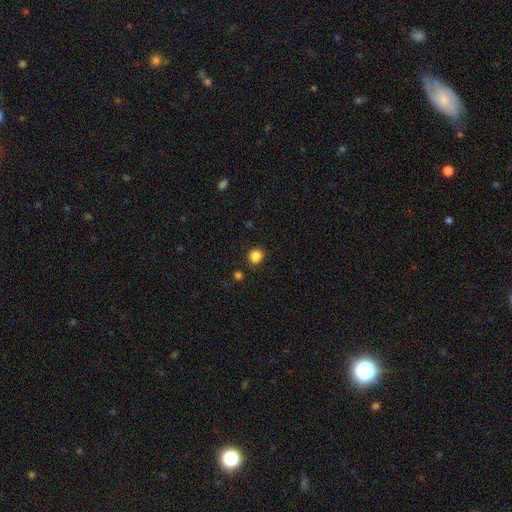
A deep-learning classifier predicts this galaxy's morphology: Smooth or featured: smooth — 86% (star or artifact — 11%)
How rounded: round — 85% (in between — 14%)
Merging: none — 87% (minor disturbance — 8%)